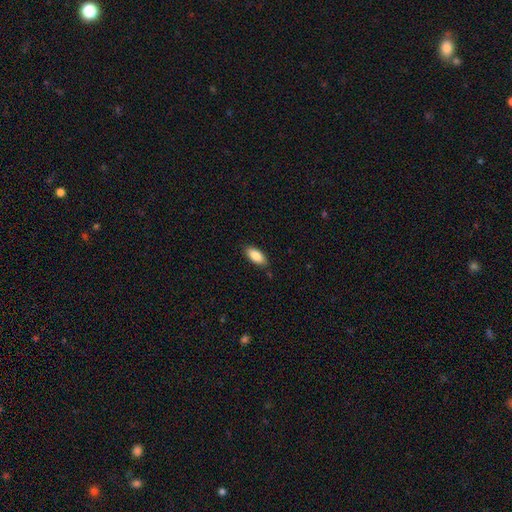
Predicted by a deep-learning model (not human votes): Smooth or featured?
  - smooth: 87% *
  - featured or disk: 6%
  - star or artifact: 6%
How rounded?
  - in between: 88% *
  - cigar-shaped: 10%
  - round: 2%
Merging?
  - none: 82% *
  - minor disturbance: 14%
  - major disturbance: 2%
  - merger: 1%